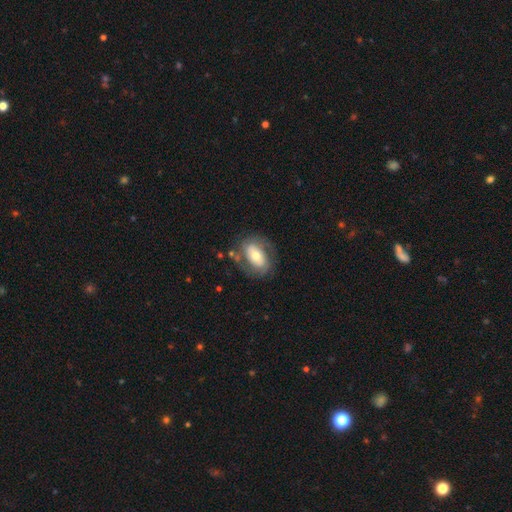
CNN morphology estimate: type=featured or disk (54%); edge-on=no (93%); bar=no (47%); spiral arms=yes (59%); bulge=moderate (60%); merging=none (68%).